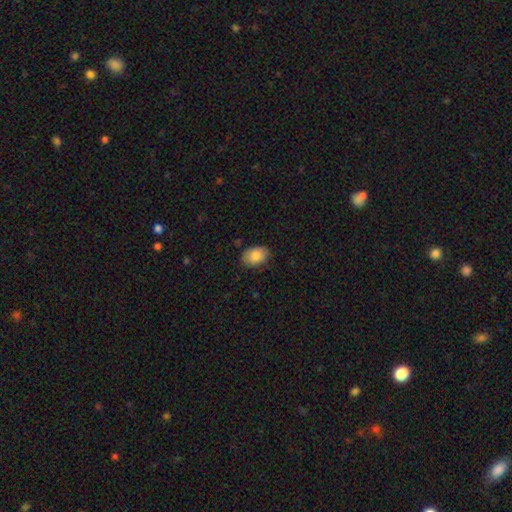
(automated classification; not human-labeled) Smooth or featured?
  - smooth: 86% *
  - featured or disk: 7%
  - star or artifact: 7%
How rounded?
  - in between: 85% *
  - round: 14%
  - cigar-shaped: 1%
Merging?
  - none: 83% *
  - minor disturbance: 13%
  - major disturbance: 3%
  - merger: 1%